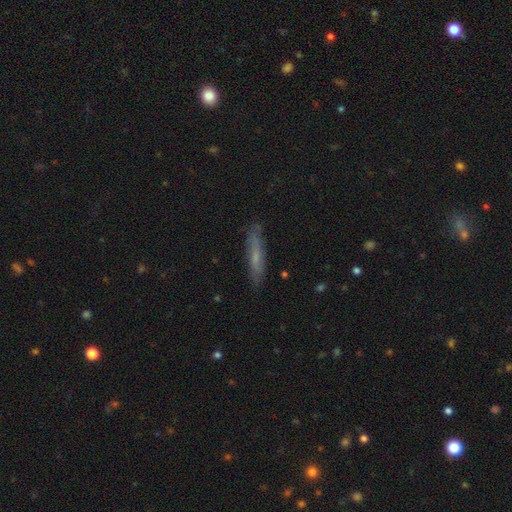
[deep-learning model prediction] smooth-or-featured: smooth: 50% | featured or disk: 42% | star or artifact: 7%
  how-rounded: cigar-shaped: 87% | in between: 11% | round: 2%
  merging: none: 83% | minor disturbance: 13% | major disturbance: 3% | merger: 1%